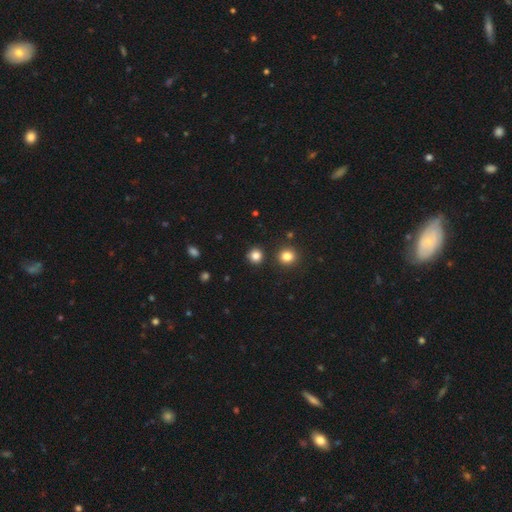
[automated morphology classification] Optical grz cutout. It shows a smooth galaxy with no disk features (82%) that is round (91%). Merging: none (88%).